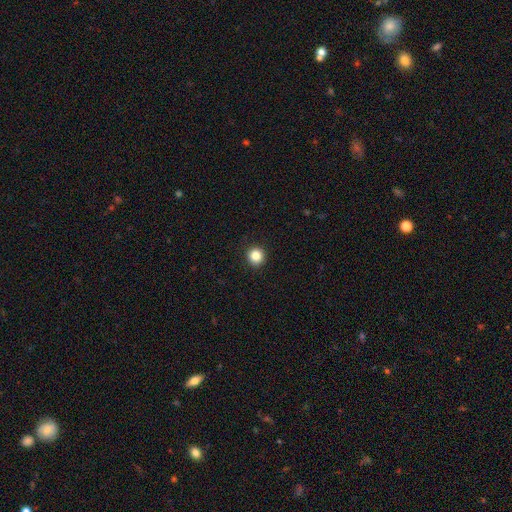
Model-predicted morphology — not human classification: A smooth galaxy with no disk features (85%) that is round (95%).

Vote fractions:
- Smooth or featured? smooth: 85% / star or artifact: 11% / featured or disk: 4%
- How rounded? round: 95% / in between: 4% / cigar-shaped: 1%
- Merging? none: 93% / minor disturbance: 4% / major disturbance: 2% / merger: 1%